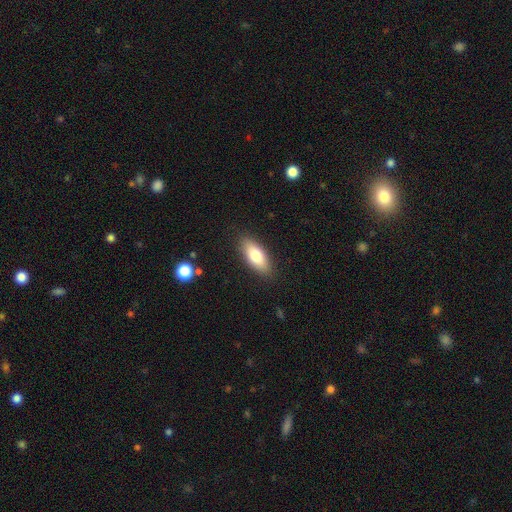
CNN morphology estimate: Smooth or featured: smooth — 77% (featured or disk — 17%)
How rounded: in between — 78% (cigar-shaped — 20%)
Merging: none — 87% (minor disturbance — 10%)